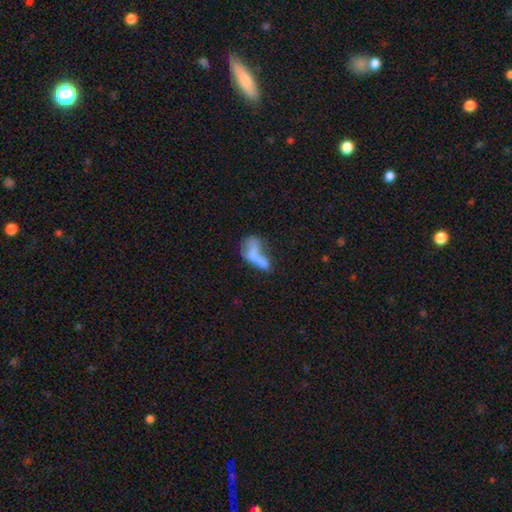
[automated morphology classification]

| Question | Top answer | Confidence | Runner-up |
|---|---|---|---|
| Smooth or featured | smooth | 59% | featured or disk (29%) |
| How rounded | in between | 69% | cigar-shaped (24%) |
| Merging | merger | 42% | major disturbance (25%) |